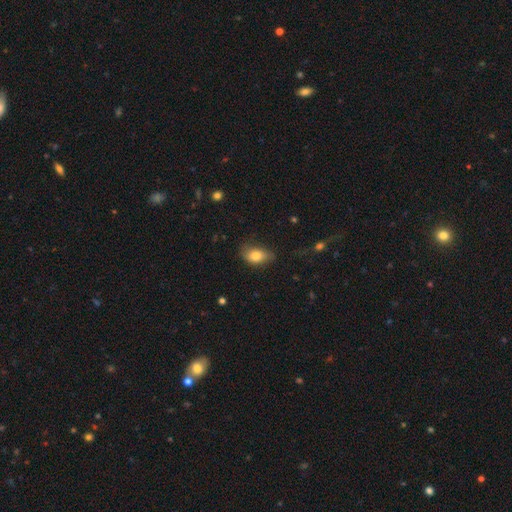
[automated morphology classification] Q: Smooth or featured?
A: smooth (79%); runner-up: featured or disk (13%)
Q: How rounded?
A: in between (85%); runner-up: round (13%)
Q: Merging?
A: none (58%); runner-up: minor disturbance (31%)